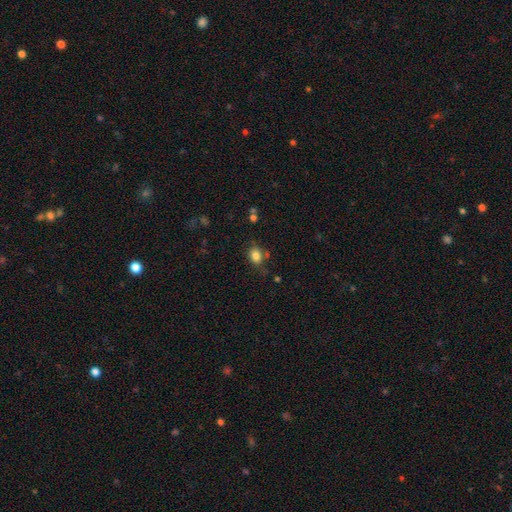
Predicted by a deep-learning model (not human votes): Overall: smooth (82%). How rounded: in between (61%; round 37%). Merging: none (69%).